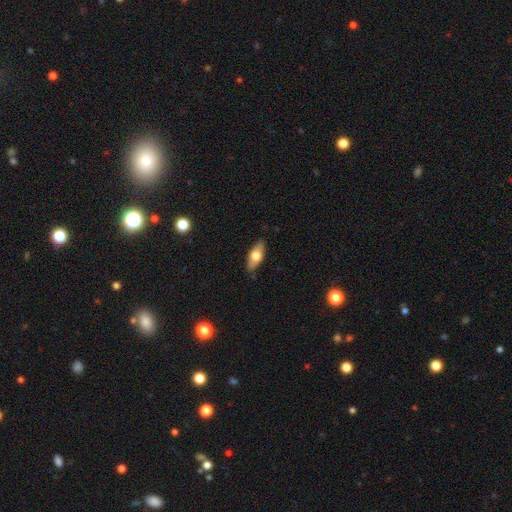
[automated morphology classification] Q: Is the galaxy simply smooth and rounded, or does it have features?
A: smooth — 61%.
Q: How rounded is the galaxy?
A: in between — 76%.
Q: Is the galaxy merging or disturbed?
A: none — 86%.